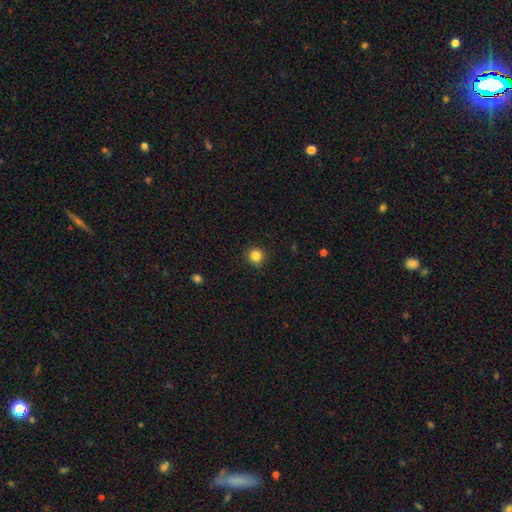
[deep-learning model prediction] The model was most divided on "smooth or featured": smooth: 85%, star or artifact: 11%, featured or disk: 4%. More confident: how rounded — round (93%); merging — none (90%).